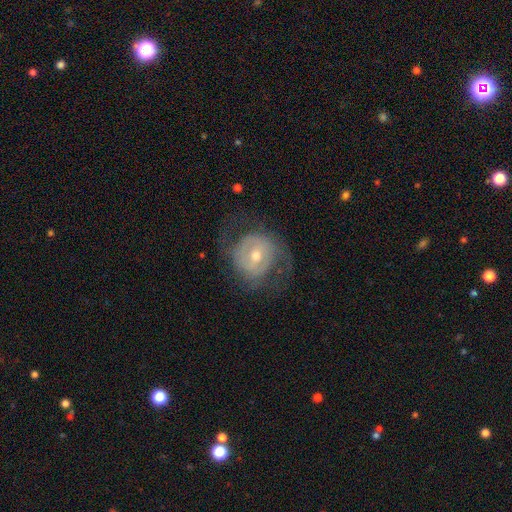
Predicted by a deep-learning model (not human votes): A featured or disk galaxy (68%) with no bar (54%), spiral arms (69%) and a moderate central bulge (55%).

Vote fractions:
- Smooth or featured? featured or disk: 68% / smooth: 25% / star or artifact: 7%
- Edge-on disk? no: 96% / yes: 4%
- Bar? no: 54% / weak: 33% / strong: 13%
- Spiral arms? yes: 69% / no: 31%
- Bulge size? moderate: 55% / small: 41% / large: 3% / none: 1% / dominant: 1%
- Merging? none: 60% / major disturbance: 21% / minor disturbance: 18% / merger: 1%